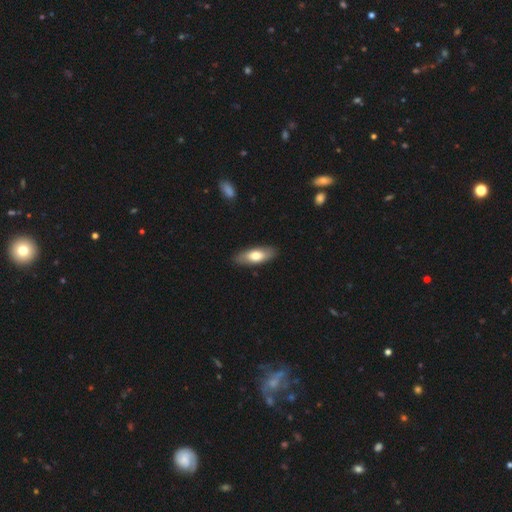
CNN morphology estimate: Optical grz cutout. It shows a smooth galaxy with no disk features (68%) that is in between round and cigar-shaped (72%). Merging: none (87%).